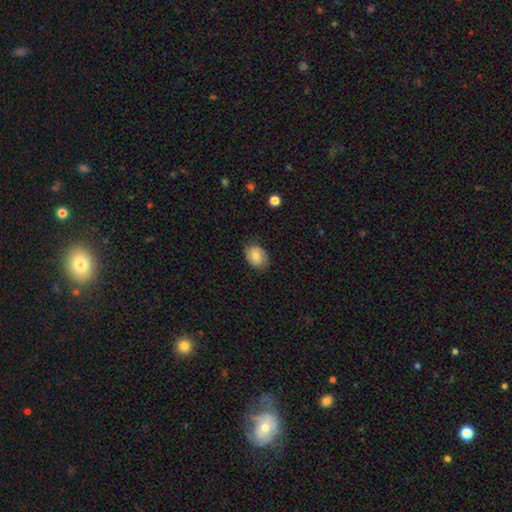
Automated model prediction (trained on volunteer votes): The model was most divided on "how rounded": in between: 66%, round: 33%, cigar-shaped: 1%. More confident: merging — none (77%); smooth or featured — smooth (63%).